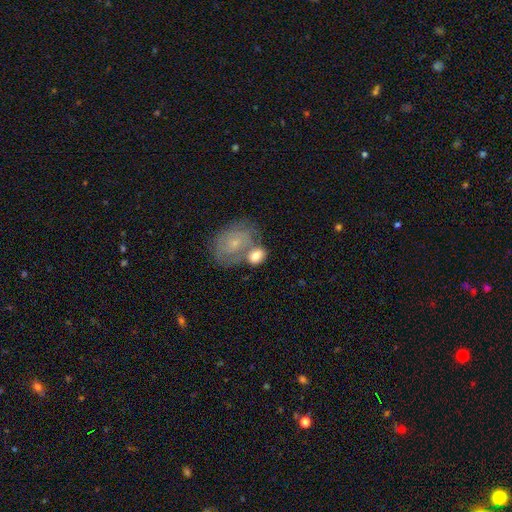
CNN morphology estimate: Smooth or featured? smooth (65%)
How rounded? in between (74%)
Merging? merger (45%)